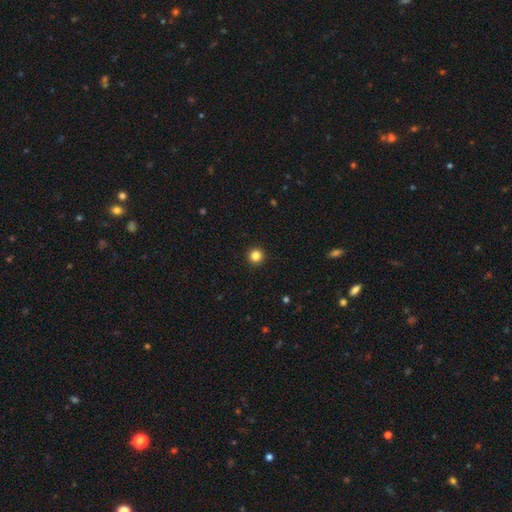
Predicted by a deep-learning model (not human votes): Q: Smooth or featured?
A: smooth (84%); runner-up: star or artifact (12%)
Q: How rounded?
A: round (96%); runner-up: in between (3%)
Q: Merging?
A: none (94%); runner-up: minor disturbance (4%)